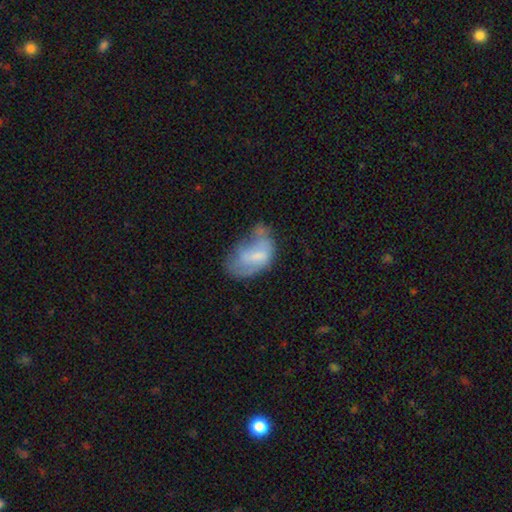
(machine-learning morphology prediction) The model was most divided on "merging": minor disturbance: 32%, major disturbance: 30%, none: 26%, merger: 11%. Remaining: smooth or featured — smooth (49%).